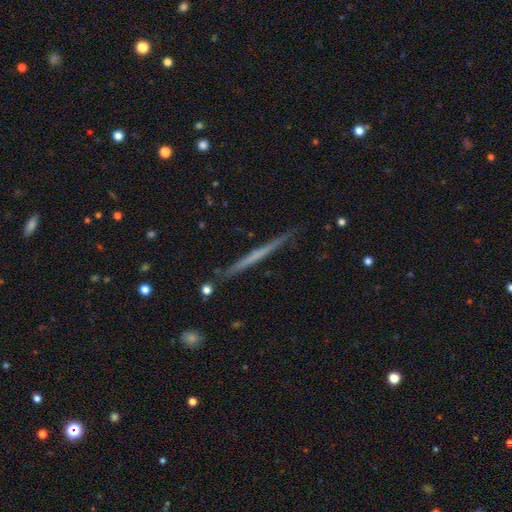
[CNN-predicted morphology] Overall: featured or disk (56%; smooth 38%). Edge-on disk: yes (98%). Edge-on bulge: none (89%). Merging: none (90%).